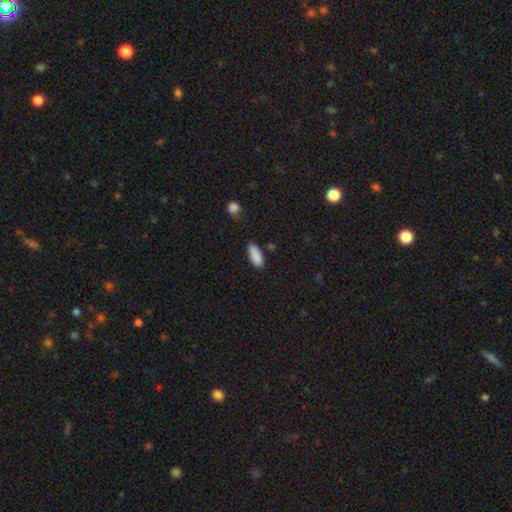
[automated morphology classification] Q: Smooth or featured?
A: smooth (89%); runner-up: star or artifact (7%)
Q: How rounded?
A: in between (78%); runner-up: cigar-shaped (21%)
Q: Merging?
A: none (81%); runner-up: minor disturbance (14%)